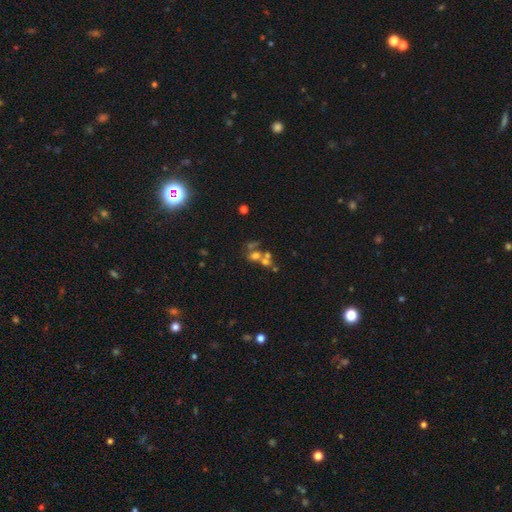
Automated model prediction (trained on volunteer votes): A smooth galaxy with no disk features (49%). Merging: merger (52%).